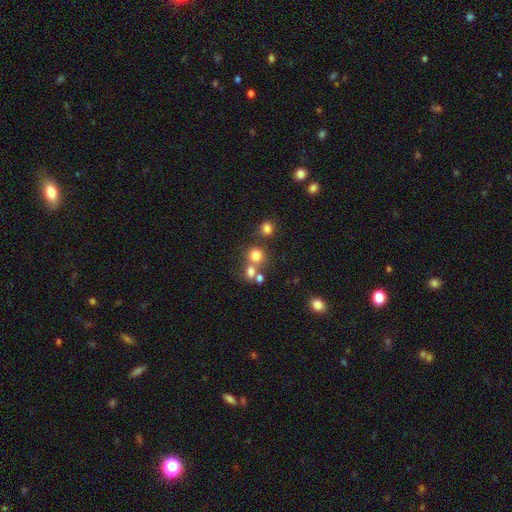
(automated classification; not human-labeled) This is likely a smooth galaxy (74%). How rounded: clearly round (83%). Merging: possibly none (54%).